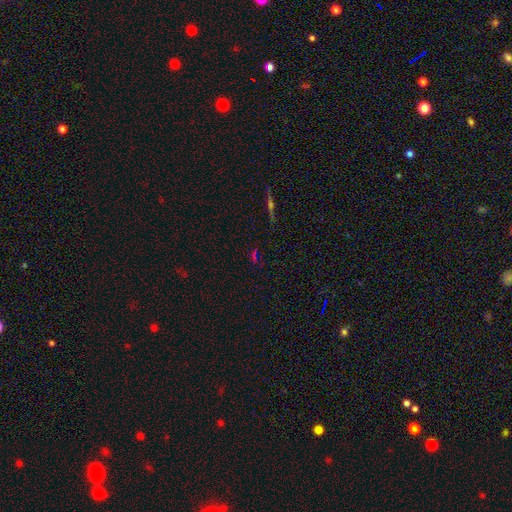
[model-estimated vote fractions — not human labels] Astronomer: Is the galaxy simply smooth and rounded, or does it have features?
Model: star or artifact — 65%.